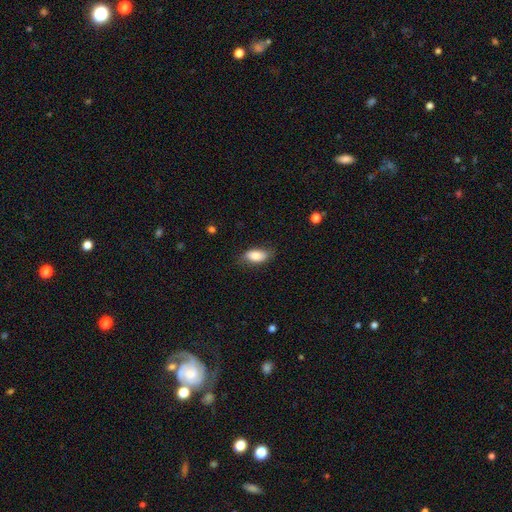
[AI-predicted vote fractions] Overall: smooth (81%). How rounded: in between (91%). Merging: none (75%).